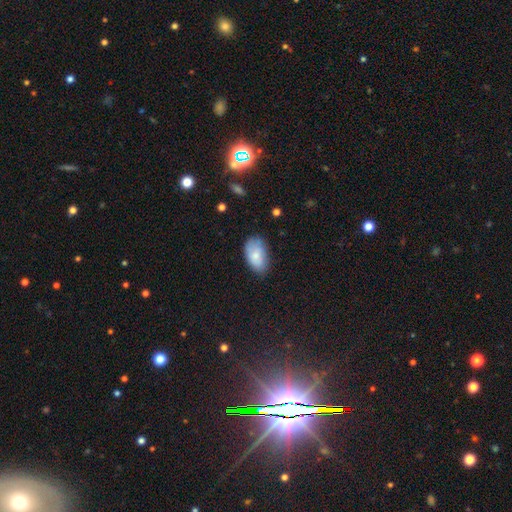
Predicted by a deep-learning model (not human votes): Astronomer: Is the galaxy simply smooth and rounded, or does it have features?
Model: smooth — 79%.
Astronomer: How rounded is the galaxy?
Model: in between — 93%.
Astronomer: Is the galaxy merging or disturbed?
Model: none — 69%.